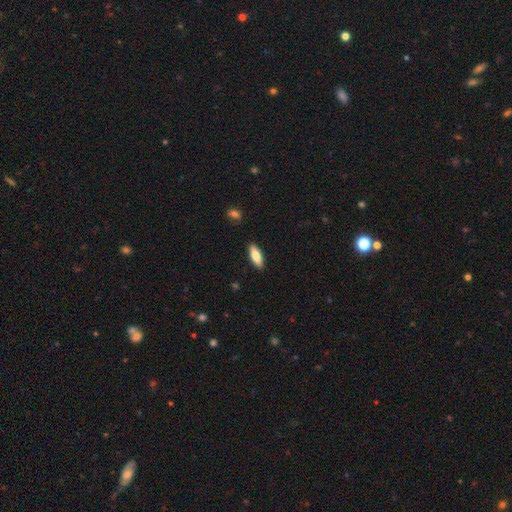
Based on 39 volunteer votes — Morphology: type=smooth (74%); roundness=in between (55%); merging=none (86%).